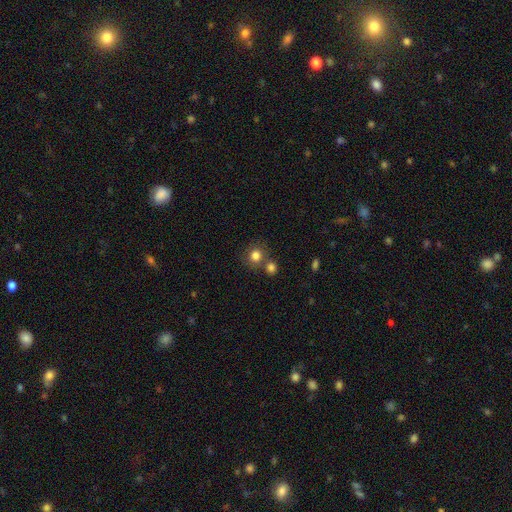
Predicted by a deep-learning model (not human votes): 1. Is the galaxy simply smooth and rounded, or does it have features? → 81% smooth, 11% star or artifact, 8% featured or disk.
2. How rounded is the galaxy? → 84% round, 15% in between, 1% cigar-shaped.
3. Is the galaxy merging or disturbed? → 61% none, 25% merger, 10% minor disturbance, 4% major disturbance.